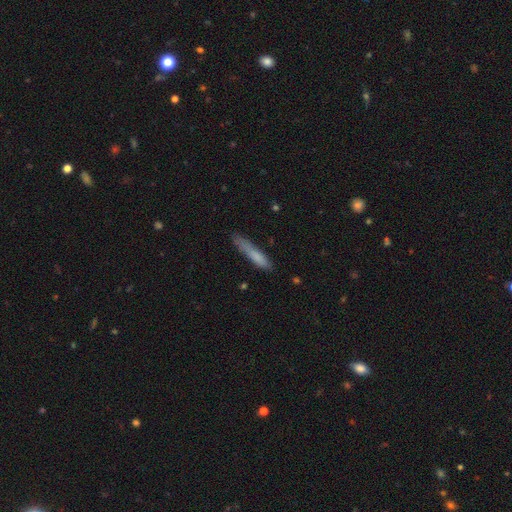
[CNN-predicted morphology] Smooth or featured?
  - smooth: 75% *
  - featured or disk: 18%
  - star or artifact: 7%
How rounded?
  - cigar-shaped: 90% *
  - in between: 9%
  - round: 1%
Merging?
  - none: 65% *
  - minor disturbance: 25%
  - major disturbance: 7%
  - merger: 3%